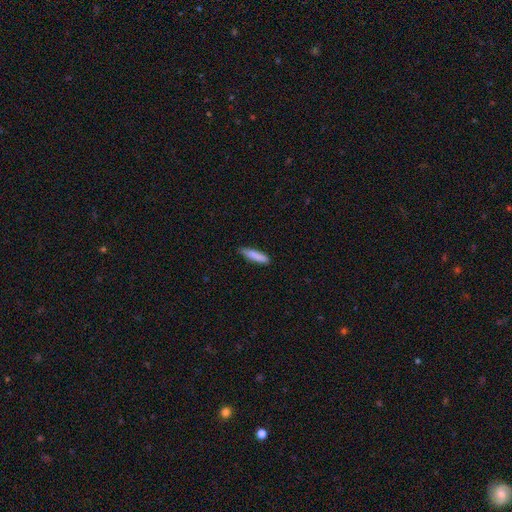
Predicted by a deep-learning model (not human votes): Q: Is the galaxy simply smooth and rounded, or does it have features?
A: smooth — 86%.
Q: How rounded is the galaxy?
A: cigar-shaped — 81%.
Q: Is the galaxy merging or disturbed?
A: none — 82%.